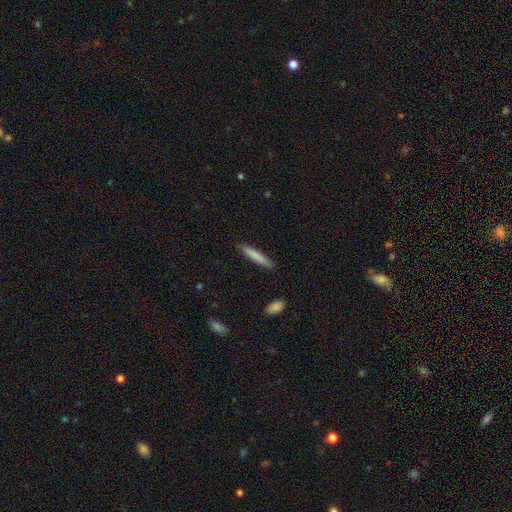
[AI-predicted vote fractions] Q: Smooth or featured?
A: smooth (80%); runner-up: featured or disk (14%)
Q: How rounded?
A: cigar-shaped (92%); runner-up: in between (6%)
Q: Merging?
A: none (89%); runner-up: minor disturbance (8%)